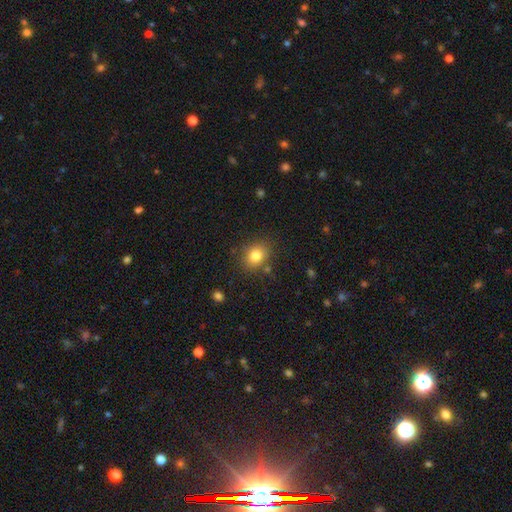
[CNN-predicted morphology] The model was most divided on "how rounded": round: 50%, in between: 49%, cigar-shaped: 1%. More confident: smooth or featured — smooth (81%); merging — none (80%).